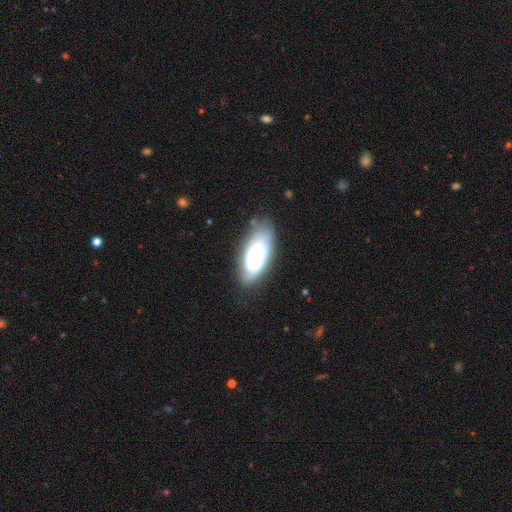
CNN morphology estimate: A featured or disk galaxy (48%).

Vote fractions:
- Smooth or featured? featured or disk: 48% / smooth: 45% / star or artifact: 7%
- Merging? none: 69% / minor disturbance: 21% / major disturbance: 7% / merger: 2%